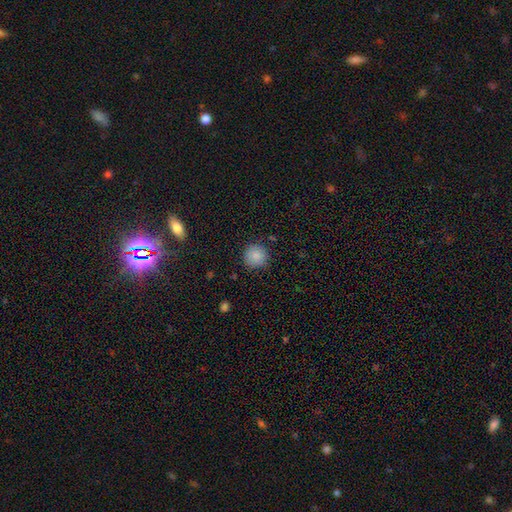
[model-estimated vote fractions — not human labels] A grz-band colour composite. It shows a smooth galaxy with no disk features (86%) that is round (94%). Merging: none (87%).